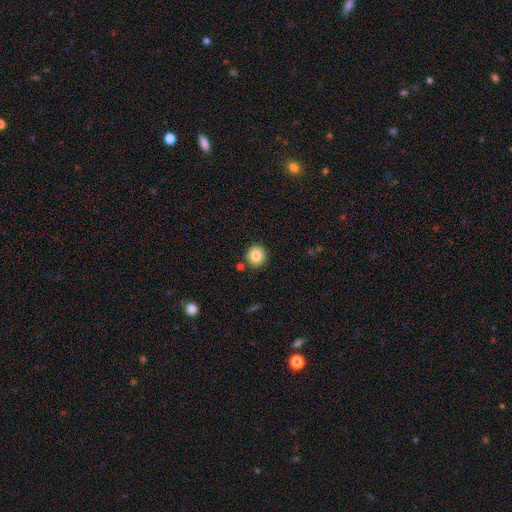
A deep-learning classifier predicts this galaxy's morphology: Overall: smooth (83%). How rounded: round (93%). Merging: none (87%).